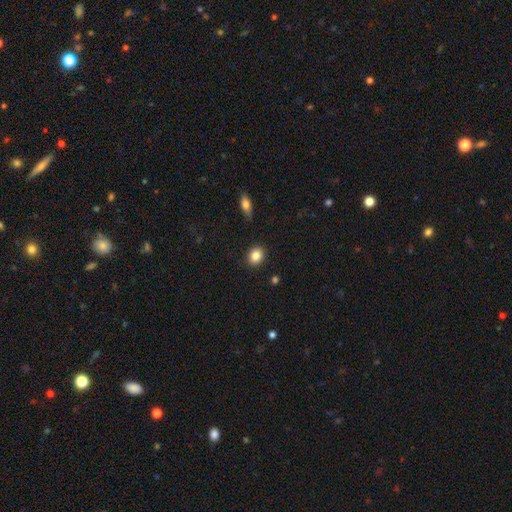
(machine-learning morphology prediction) smooth_or_featured: smooth (p=0.86) [alt: star or artifact p=0.09]
how_rounded: round (p=0.60) [alt: in between p=0.39]
merging: none (p=0.89) [alt: minor disturbance p=0.07]